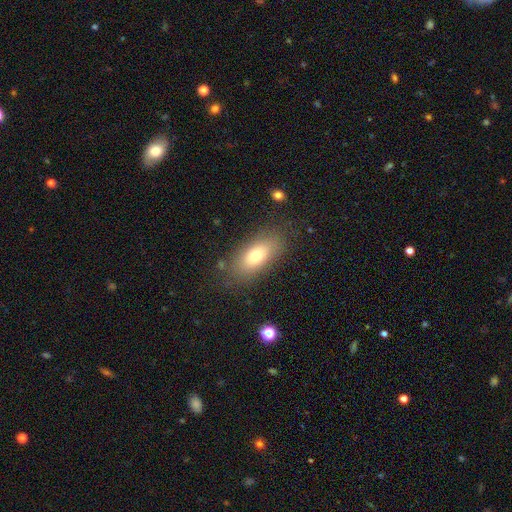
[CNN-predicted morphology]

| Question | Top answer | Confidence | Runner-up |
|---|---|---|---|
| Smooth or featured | smooth | 74% | featured or disk (17%) |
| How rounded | in between | 84% | cigar-shaped (11%) |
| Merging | none | 80% | minor disturbance (13%) |